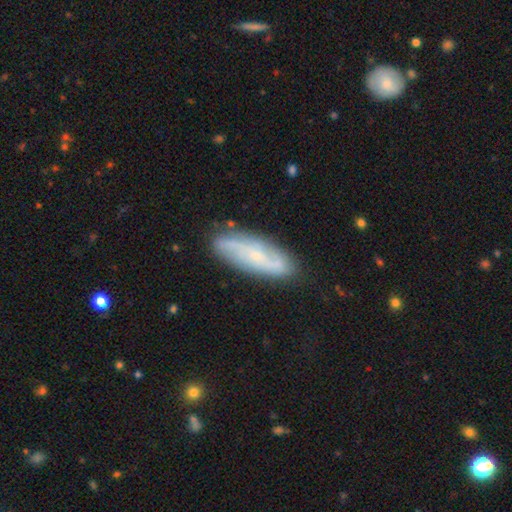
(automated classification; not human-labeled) This is likely a featured or disk galaxy (61%). It is likely not viewed edge-on (79%). Merging: clearly none (81%).